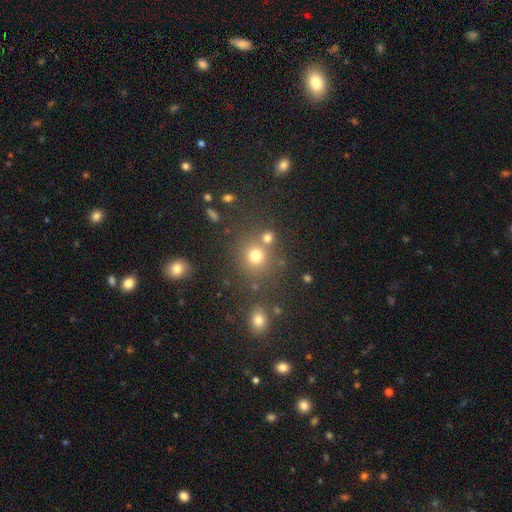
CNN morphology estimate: A smooth galaxy with no disk features (74%) that is round (87%). Merging: none (70%).